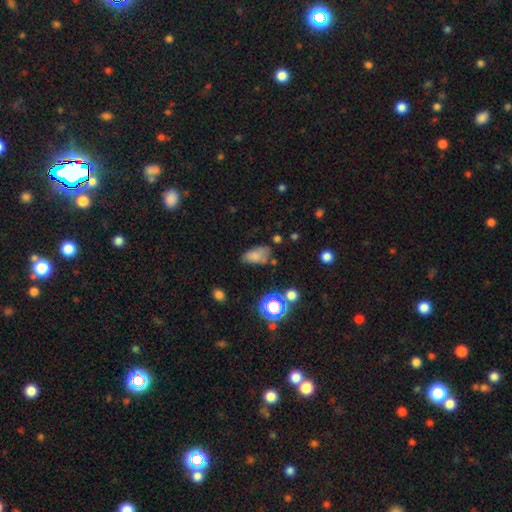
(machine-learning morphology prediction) A smooth galaxy with no disk features (73%) that is in between round and cigar-shaped (90%). Merging: none (58%).